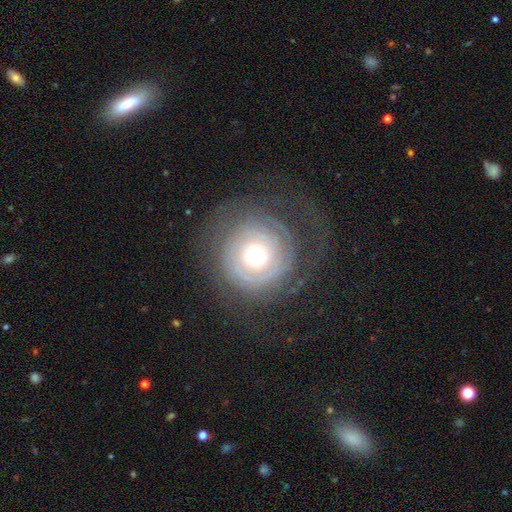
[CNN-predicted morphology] smooth_or_featured: featured or disk (p=0.68) [alt: smooth p=0.23]
disk_edge_on: no (p=0.97) [alt: yes p=0.03]
bar: no (p=0.87) [alt: weak p=0.10]
has_spiral_arms: yes (p=0.74) [alt: no p=0.26]
bulge_size: moderate (p=0.65) [alt: large p=0.20]
merging: none (p=0.67) [alt: major disturbance p=0.17]